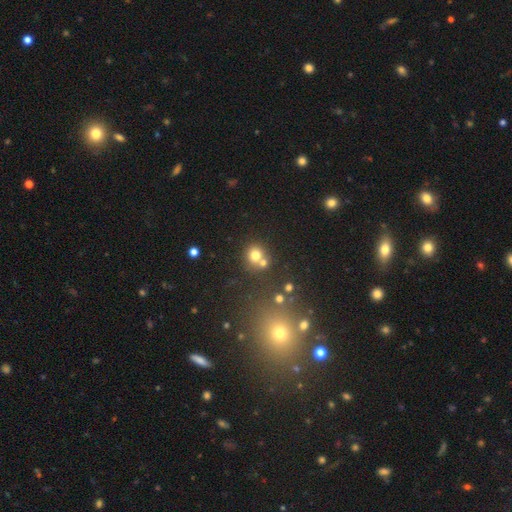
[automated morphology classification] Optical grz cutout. It shows a smooth galaxy with no disk features (74%) that is round (85%). Merging: none (56%).